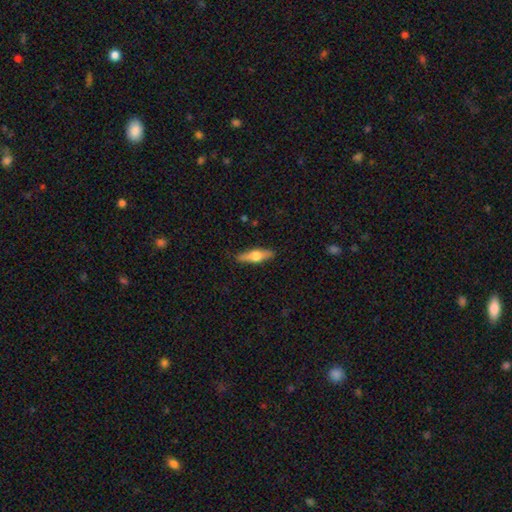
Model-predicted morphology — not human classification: Overall: smooth (47%, tied with featured or disk). Merging: none (88%).